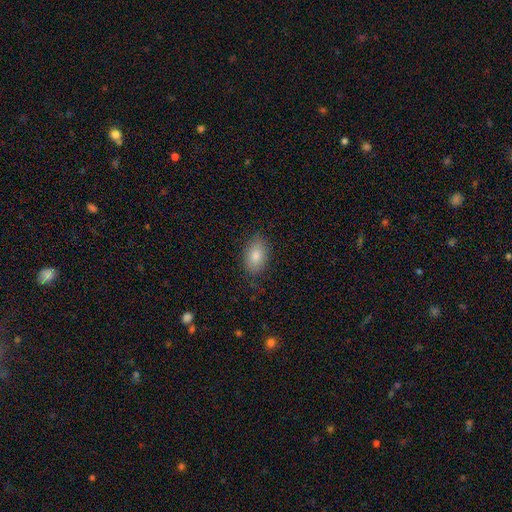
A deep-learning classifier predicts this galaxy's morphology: type=smooth (83%); roundness=in between (91%); merging=none (81%).